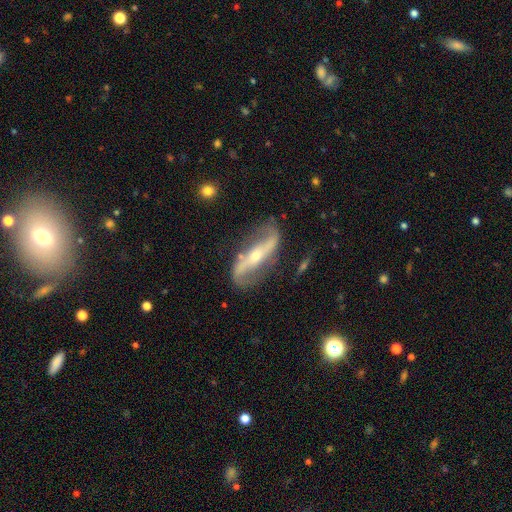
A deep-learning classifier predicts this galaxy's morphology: This is clearly a featured or disk galaxy (89%). It is clearly not viewed edge-on (87%). Bar: possibly strong (59%). Spiral arm pattern: clearly yes (94%). Spiral arm count: clearly 2 (93%). Spiral winding: likely loose (70%). Central bulge: likely small (62%). Merging: likely none (77%).